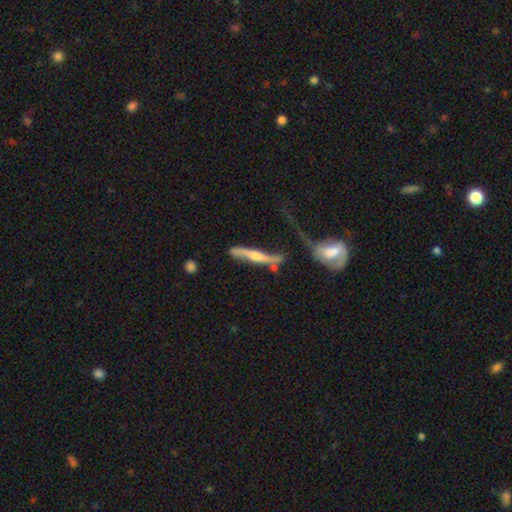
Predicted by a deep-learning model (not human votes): Morphology: type=featured or disk (76%); edge-on=yes (78%); edge-on bulge=rounded (85%); merging=none (39%).